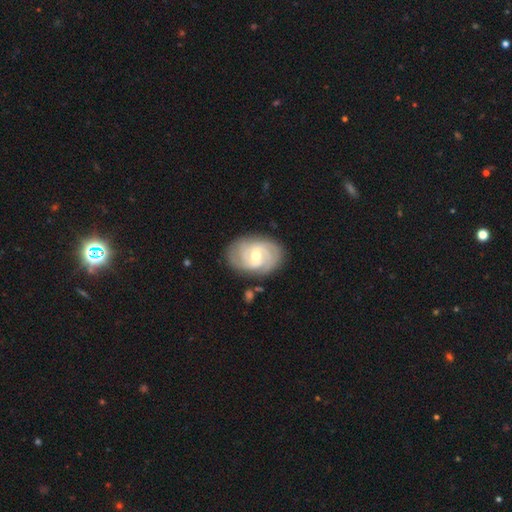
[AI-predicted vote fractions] smooth-or-featured: featured or disk: 85% | smooth: 10% | star or artifact: 4%
  disk-edge-on: no: 97% | yes: 3%
    bar: weak: 52% | no: 31% | strong: 17%
    has-spiral-arms: yes: 95% | no: 5%
      spiral-winding: tight: 68% | medium: 26% | loose: 6%
      spiral-arm-count: 3: 30% (tied) | 2: 30% (tied) | can't tell: 22% | 4: 9% | 1: 4% | more than 4: 4%
    bulge-size: moderate: 67% | small: 29% | large: 3% | none: 1% | dominant: 1%
  merging: none: 80% | minor disturbance: 15% | major disturbance: 4% | merger: 2%